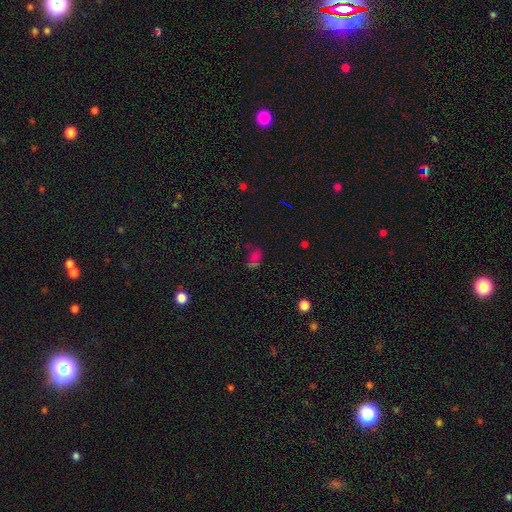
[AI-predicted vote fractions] This appears to be a smooth galaxy with no disk features (51%) that is in between round and cigar-shaped (75%). Merging: none (45%).